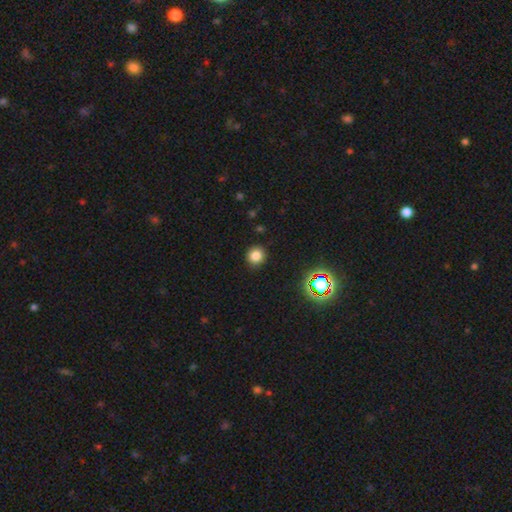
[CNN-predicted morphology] Smooth or featured? smooth (80%)
How rounded? round (90%)
Merging? none (90%)